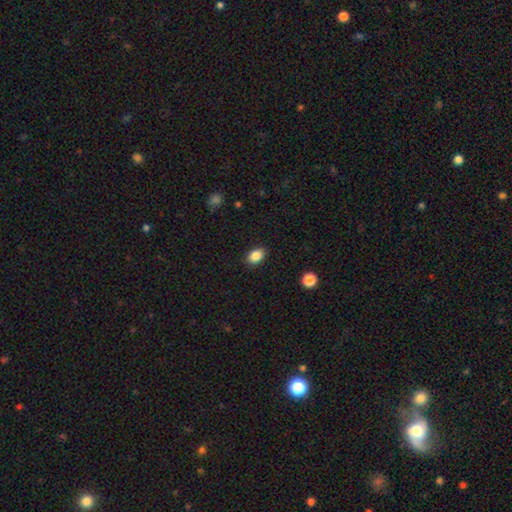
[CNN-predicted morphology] Overall: smooth (87%). How rounded: in between (77%). Merging: none (88%).